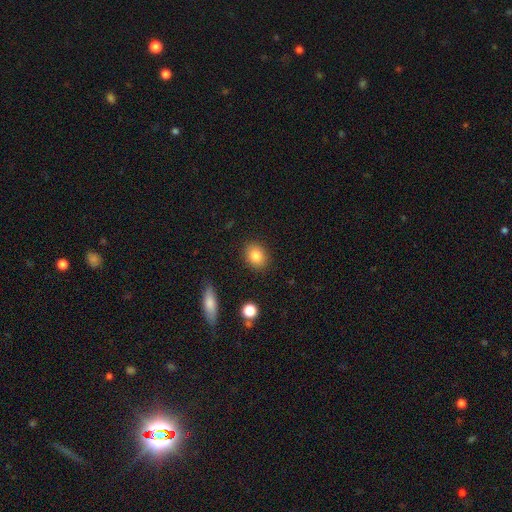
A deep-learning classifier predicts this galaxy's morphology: Smooth or featured? smooth (84%)
How rounded? round (50%)
Merging? none (88%)